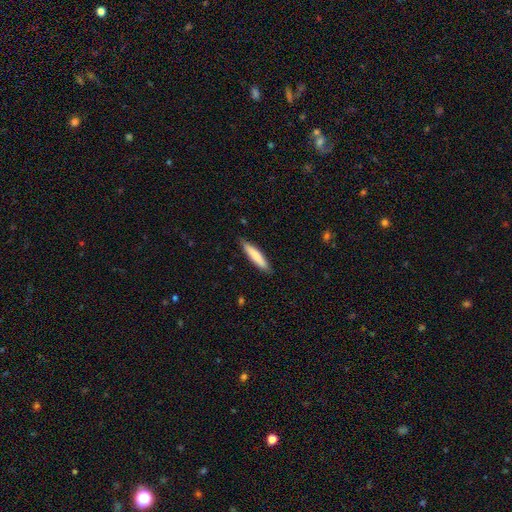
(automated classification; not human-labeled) Smooth or featured? Predicted: smooth (p=0.78). How rounded? Predicted: cigar-shaped (p=0.86). Merging? Predicted: none (p=0.86).